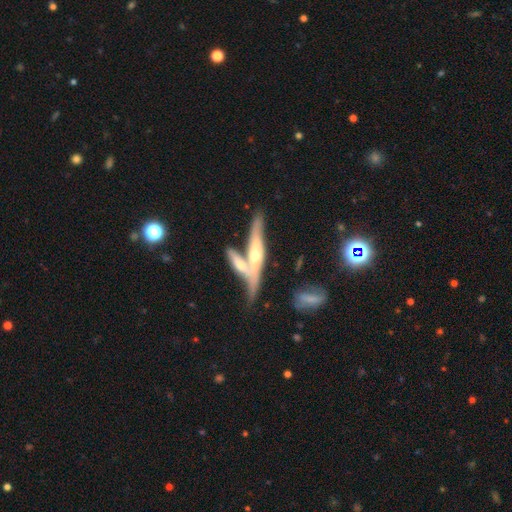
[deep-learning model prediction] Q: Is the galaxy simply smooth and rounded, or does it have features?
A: featured or disk — 61%.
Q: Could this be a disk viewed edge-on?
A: yes — 78%.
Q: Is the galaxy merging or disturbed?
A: merger — 50%.